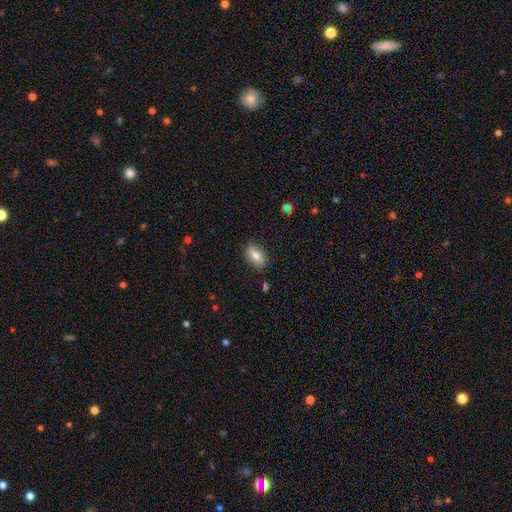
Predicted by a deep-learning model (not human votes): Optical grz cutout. It shows a smooth galaxy with no disk features (75%) that is in between round and cigar-shaped (87%). Merging: none (86%).